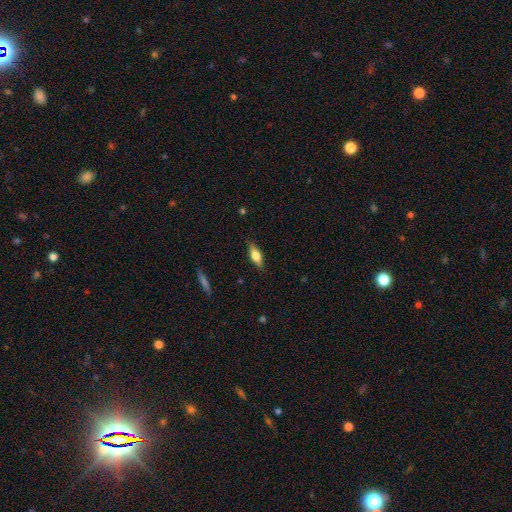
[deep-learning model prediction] This is possibly a smooth galaxy (59%). How rounded: likely in between (63%). Merging: clearly none (84%).